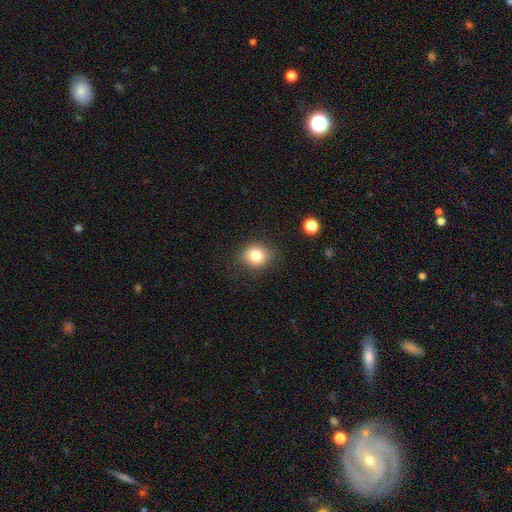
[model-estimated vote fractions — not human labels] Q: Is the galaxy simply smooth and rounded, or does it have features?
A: smooth — 81%.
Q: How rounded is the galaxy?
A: round — 71%.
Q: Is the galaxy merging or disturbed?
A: none — 84%.